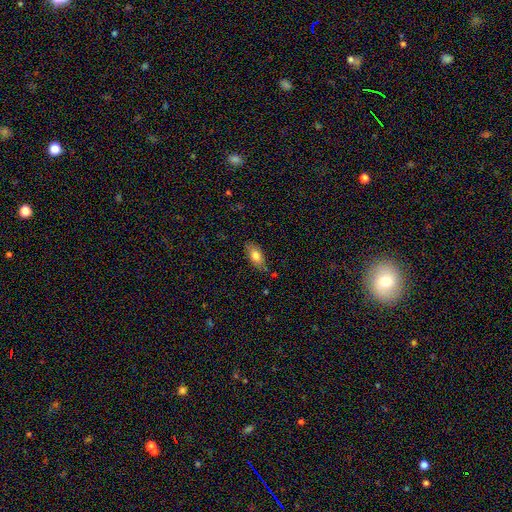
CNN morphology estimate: smooth-or-featured: smooth: 77% | featured or disk: 15% | star or artifact: 8%
  how-rounded: in between: 88% | cigar-shaped: 8% | round: 5%
  merging: none: 76% | minor disturbance: 17% | major disturbance: 3% | merger: 3%